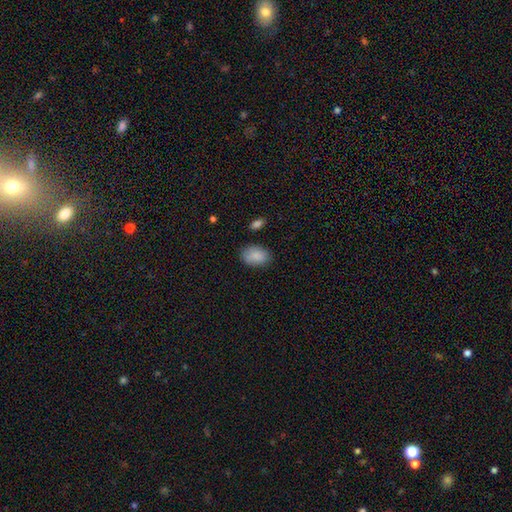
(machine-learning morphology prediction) Overall: smooth (87%). How rounded: in between (83%). Merging: none (79%).